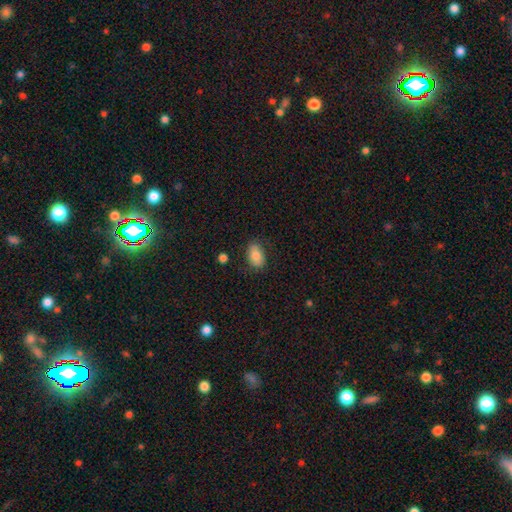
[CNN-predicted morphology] The model was most divided on "merging": none: 79%, minor disturbance: 15%, major disturbance: 3%, merger: 2%. More confident: how rounded — in between (89%); smooth or featured — smooth (81%).